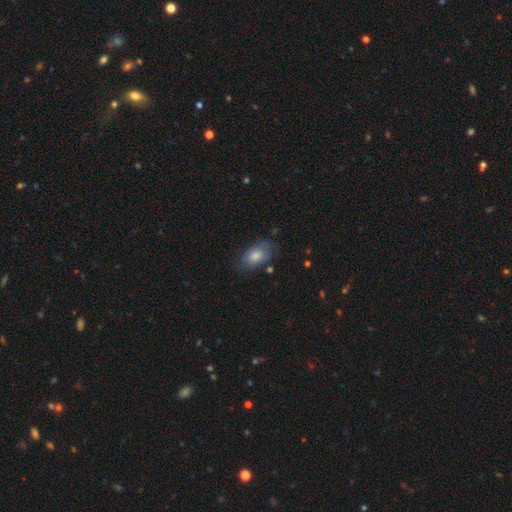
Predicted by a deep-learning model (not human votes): Morphology: type=smooth (78%); roundness=in between (91%); merging=none (68%).